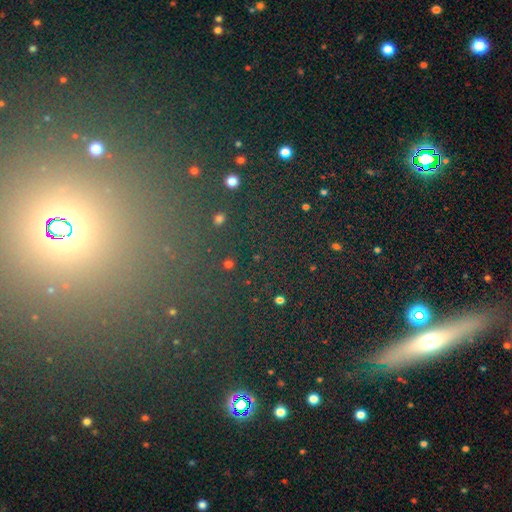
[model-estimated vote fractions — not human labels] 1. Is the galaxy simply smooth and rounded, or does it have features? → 58% star or artifact, 26% smooth, 16% featured or disk.